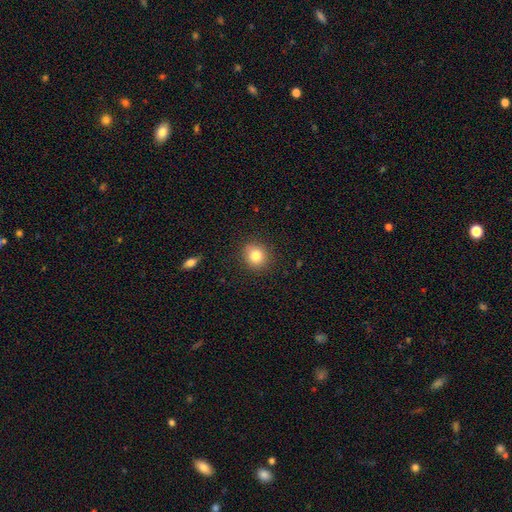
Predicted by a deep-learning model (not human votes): This is clearly a smooth galaxy (82%). How rounded: clearly round (82%). Merging: clearly none (88%).